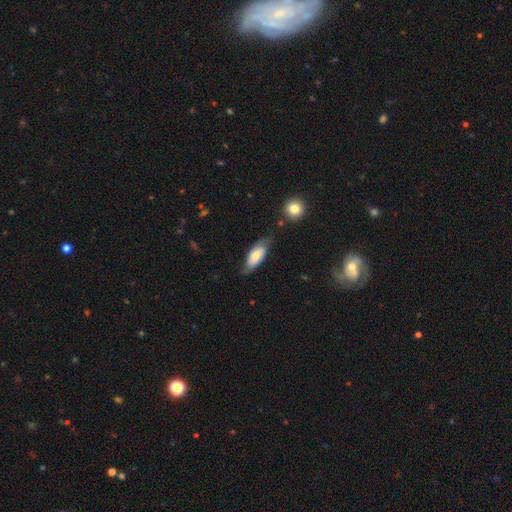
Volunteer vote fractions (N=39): smooth-or-featured: smooth: 59% | featured or disk: 36% | star or artifact: 5%
  how-rounded: in between: 83% | cigar-shaped: 13% | round: 4%
  merging: none: 70% | minor disturbance: 22% | merger: 5% | major disturbance: 3%